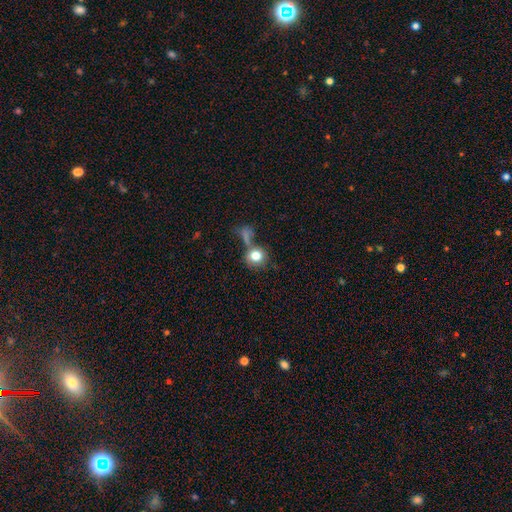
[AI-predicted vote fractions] Morphology: type=smooth (79%); roundness=round (82%); merging=none (51%).